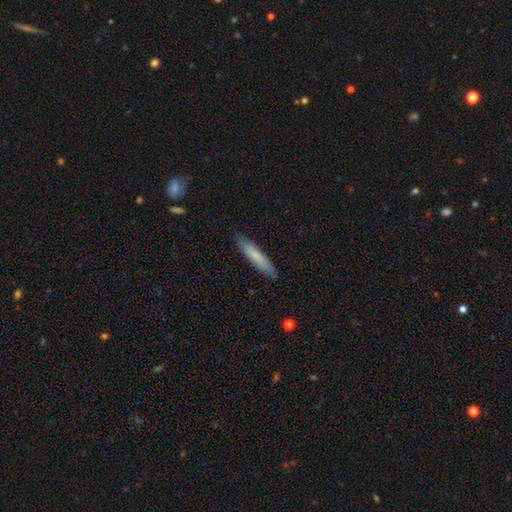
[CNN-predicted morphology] A smooth galaxy with no disk features (77%) that is cigar-shaped (86%). Merging: none (87%).